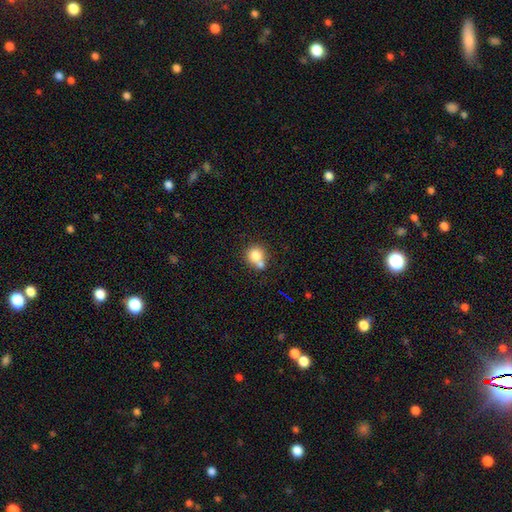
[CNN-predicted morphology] Overall: smooth (77%). How rounded: round (86%). Merging: none (44%; merger 43%).